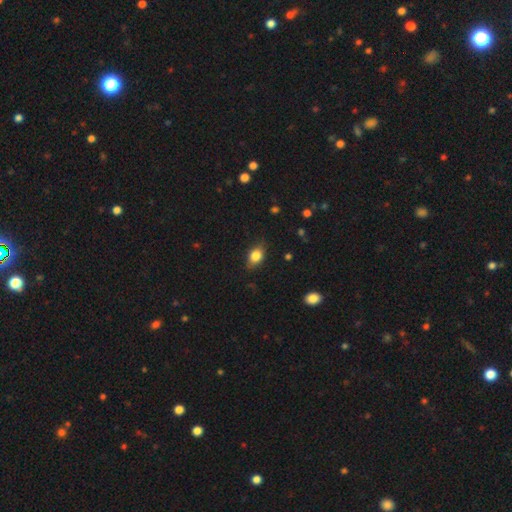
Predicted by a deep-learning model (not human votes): smooth-or-featured: smooth: 81% | featured or disk: 10% | star or artifact: 9%
  how-rounded: in between: 71% | round: 26% | cigar-shaped: 3%
  merging: none: 78% | minor disturbance: 18% | major disturbance: 4% | merger: 1%